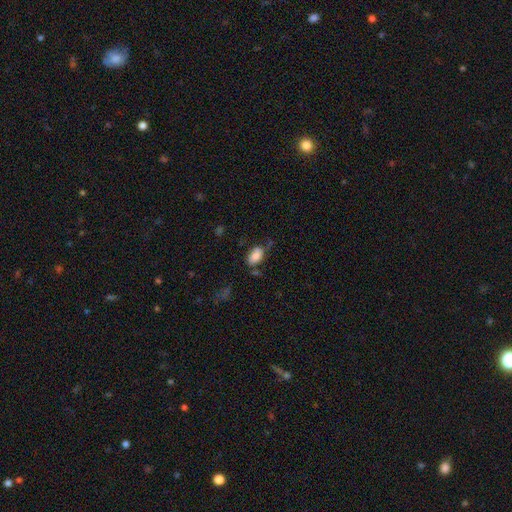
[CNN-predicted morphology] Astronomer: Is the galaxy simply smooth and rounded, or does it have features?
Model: smooth — 85%.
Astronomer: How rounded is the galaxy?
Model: in between — 93%.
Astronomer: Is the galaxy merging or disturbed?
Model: none — 61%.